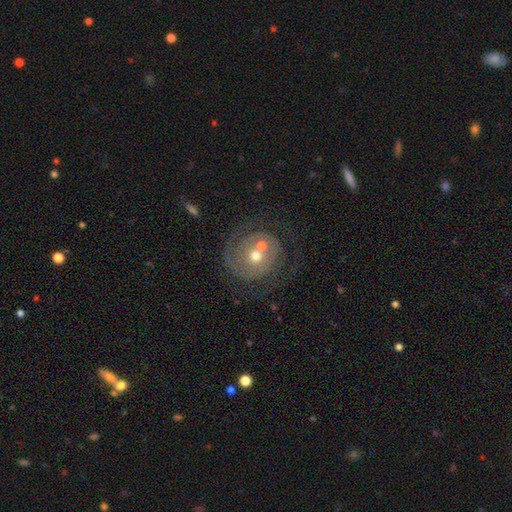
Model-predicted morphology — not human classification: Smooth or featured: featured or disk — 75% (smooth — 18%)
Edge-on disk: no — 98% (yes — 2%)
Bar: no — 83% (weak — 13%)
Spiral arms: yes — 80% (no — 20%)
Spiral winding: tight — 55% (medium — 30%)
Spiral arm count: 2 — 51% (1 — 22%)
Bulge size: moderate — 67% (small — 24%)
Merging: none — 45% (merger — 25%)